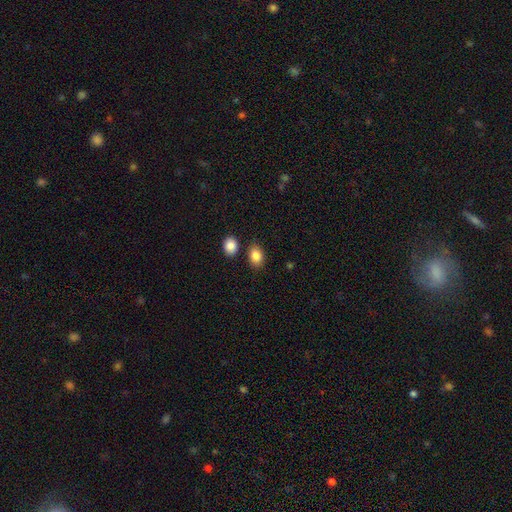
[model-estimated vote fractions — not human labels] Q: Smooth or featured?
A: smooth (87%); runner-up: star or artifact (8%)
Q: How rounded?
A: in between (73%); runner-up: round (26%)
Q: Merging?
A: none (77%); runner-up: minor disturbance (11%)